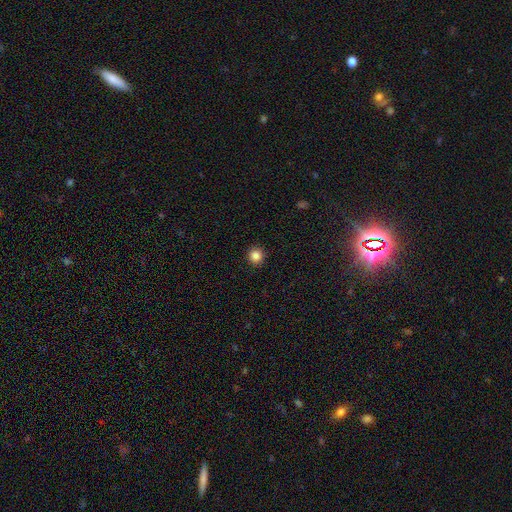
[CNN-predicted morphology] smooth_or_featured: smooth (p=0.85) [alt: star or artifact p=0.11]
how_rounded: round (p=0.94) [alt: in between p=0.05]
merging: none (p=0.93) [alt: minor disturbance p=0.05]